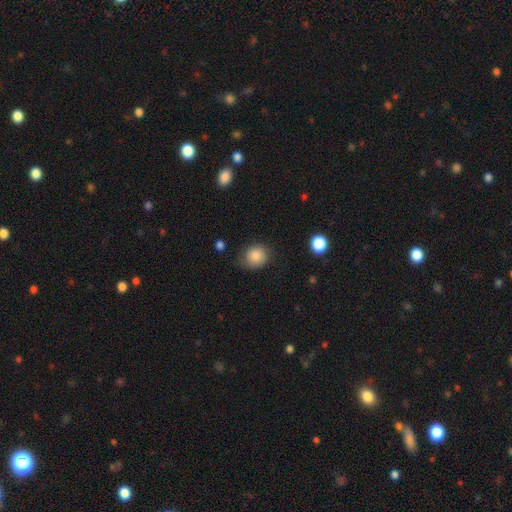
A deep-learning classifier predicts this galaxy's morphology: smooth 83%, star or artifact 9%, featured or disk 8%. Down the decision tree: how rounded — round (68%); merging — none (70%).